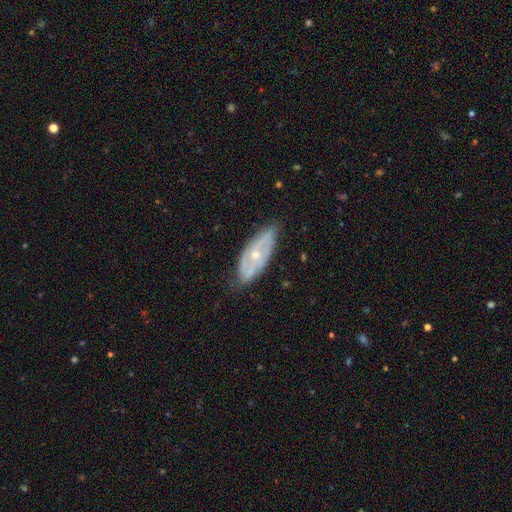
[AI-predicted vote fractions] smooth-or-featured: featured or disk: 68% | smooth: 26% | star or artifact: 7%
  disk-edge-on: no: 83% | yes: 17%
    bar: no: 75% | weak: 20% | strong: 5%
    has-spiral-arms: yes: 58% | no: 42%
    bulge-size: small: 55% | moderate: 41% | none: 2% | large: 1% | dominant: 1%
  merging: none: 70% | minor disturbance: 23% | major disturbance: 5% | merger: 2%